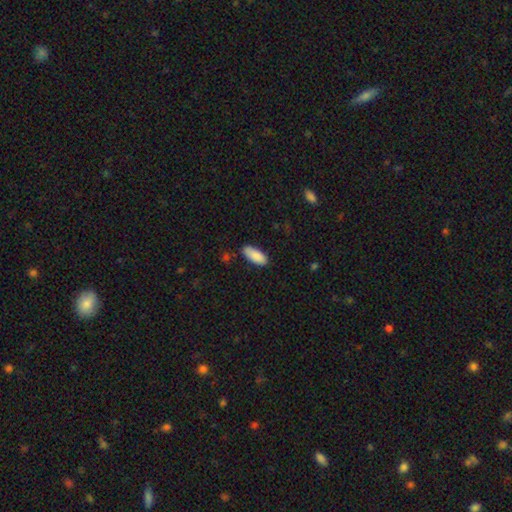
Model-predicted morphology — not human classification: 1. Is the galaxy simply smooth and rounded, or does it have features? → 89% smooth, 6% star or artifact, 5% featured or disk.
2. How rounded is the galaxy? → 85% in between, 14% cigar-shaped, 2% round.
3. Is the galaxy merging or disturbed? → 81% none, 14% minor disturbance, 3% major disturbance, 2% merger.